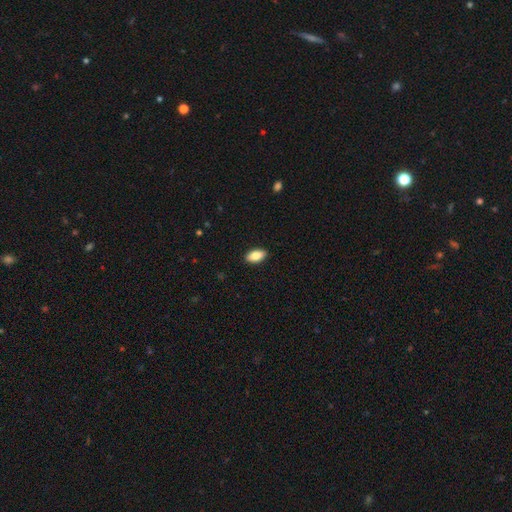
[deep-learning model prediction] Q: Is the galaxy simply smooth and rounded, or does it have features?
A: smooth — 84%.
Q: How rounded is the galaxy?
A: in between — 92%.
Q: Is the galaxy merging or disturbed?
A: none — 90%.